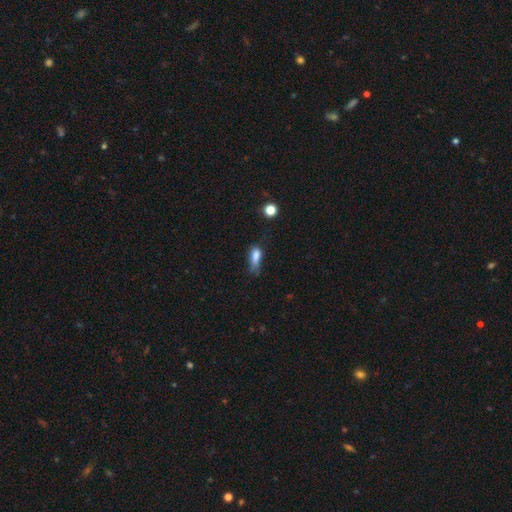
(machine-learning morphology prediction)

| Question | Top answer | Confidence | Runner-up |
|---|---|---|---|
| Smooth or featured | smooth | 74% | featured or disk (14%) |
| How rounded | in between | 65% | cigar-shaped (29%) |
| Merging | minor disturbance | 34% | major disturbance (33%) |